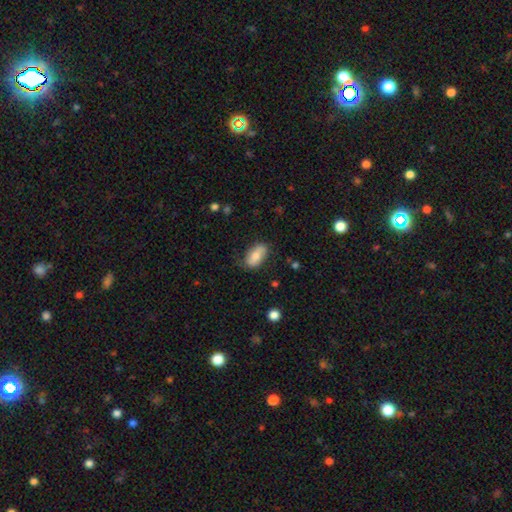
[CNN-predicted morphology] smooth_or_featured: smooth (p=0.71) [alt: featured or disk p=0.22]
how_rounded: in between (p=0.92) [alt: round p=0.04]
merging: none (p=0.72) [alt: minor disturbance p=0.21]